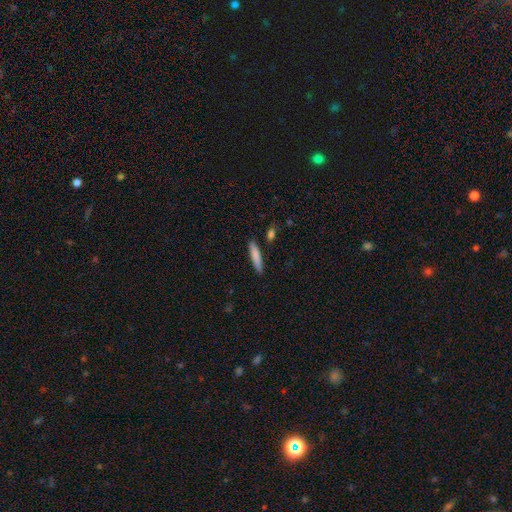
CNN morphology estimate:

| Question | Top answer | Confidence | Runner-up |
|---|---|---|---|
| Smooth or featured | smooth | 81% | featured or disk (14%) |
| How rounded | cigar-shaped | 88% | in between (10%) |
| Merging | none | 87% | minor disturbance (9%) |